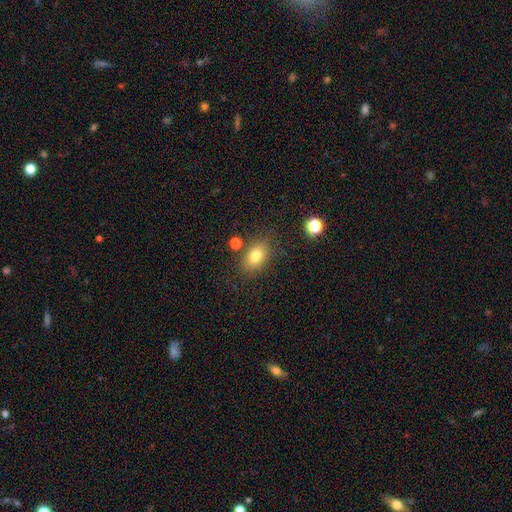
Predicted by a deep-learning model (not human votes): A smooth galaxy with no disk features (78%) that is in between round and cigar-shaped (79%).

Vote fractions:
- Smooth or featured? smooth: 78% / featured or disk: 11% / star or artifact: 11%
- How rounded? in between: 79% / round: 19% / cigar-shaped: 2%
- Merging? none: 78% / minor disturbance: 13% / merger: 6% / major disturbance: 4%